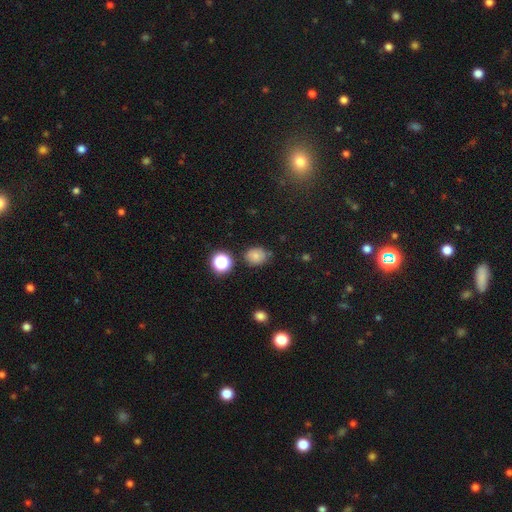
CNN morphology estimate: smooth-or-featured: smooth: 76% | star or artifact: 16% | featured or disk: 8%
  how-rounded: round: 68% | in between: 31% | cigar-shaped: 1%
  merging: none: 74% | minor disturbance: 18% | merger: 5% | major disturbance: 4%